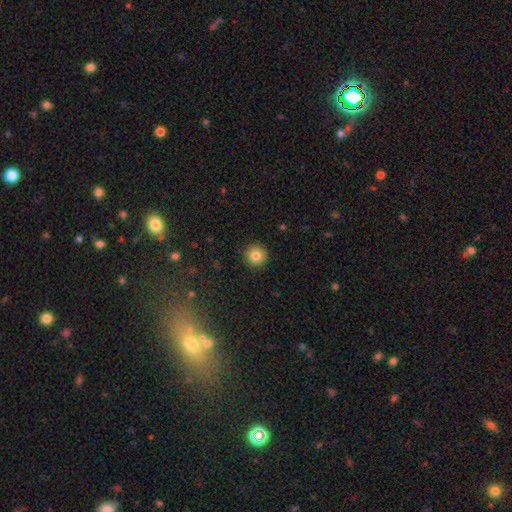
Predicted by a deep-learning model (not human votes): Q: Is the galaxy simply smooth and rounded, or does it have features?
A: smooth — 83%.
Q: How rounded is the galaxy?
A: round — 95%.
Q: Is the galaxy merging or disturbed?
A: none — 91%.